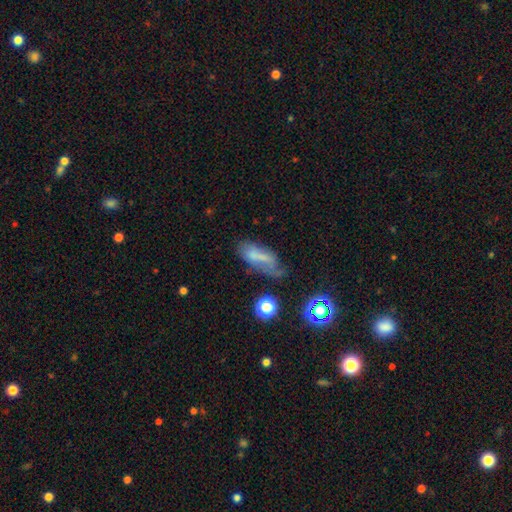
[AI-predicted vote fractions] This appears to be a smooth galaxy with no disk features (54%) that is in between round and cigar-shaped (65%). Merging: none (41%).